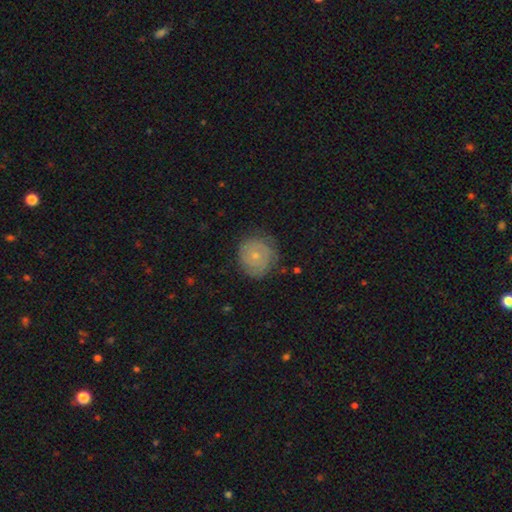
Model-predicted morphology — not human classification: A featured or disk galaxy (48%).

Vote fractions:
- Smooth or featured? featured or disk: 48% / smooth: 44% / star or artifact: 8%
- Merging? none: 74% / minor disturbance: 19% / major disturbance: 6% / merger: 1%